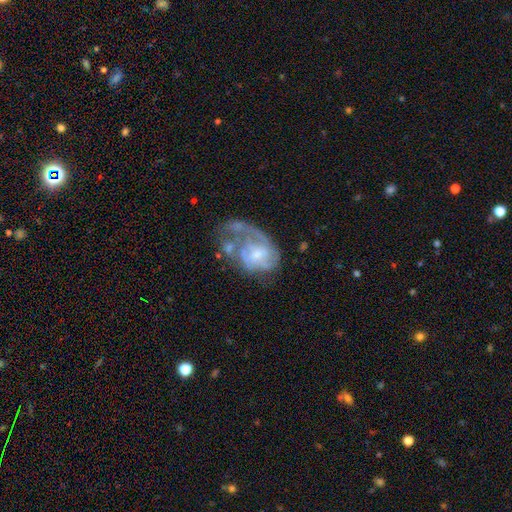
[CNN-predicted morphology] Smooth or featured: featured or disk — 76% (smooth — 15%)
Edge-on disk: no — 97% (yes — 3%)
Bar: no — 56% (weak — 37%)
Spiral arms: yes — 82% (no — 18%)
Spiral winding: medium — 41% (tight — 37%)
Spiral arm count: 2 — 36% (1 — 30%)
Bulge size: small — 56% (moderate — 34%)
Merging: none — 33% (major disturbance — 32%)